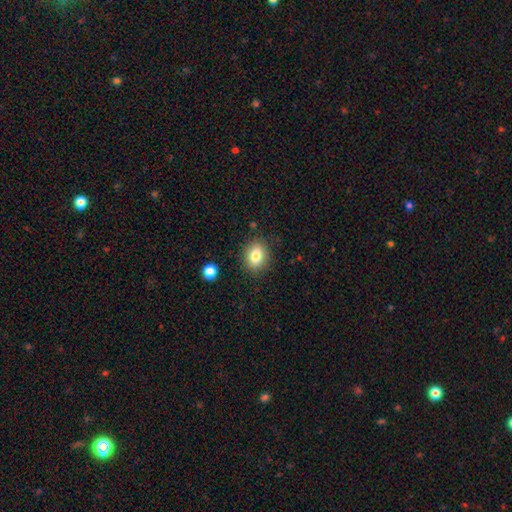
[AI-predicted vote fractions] Q: Smooth or featured?
A: smooth (81%); runner-up: star or artifact (10%)
Q: How rounded?
A: in between (55%); runner-up: round (44%)
Q: Merging?
A: none (86%); runner-up: minor disturbance (9%)